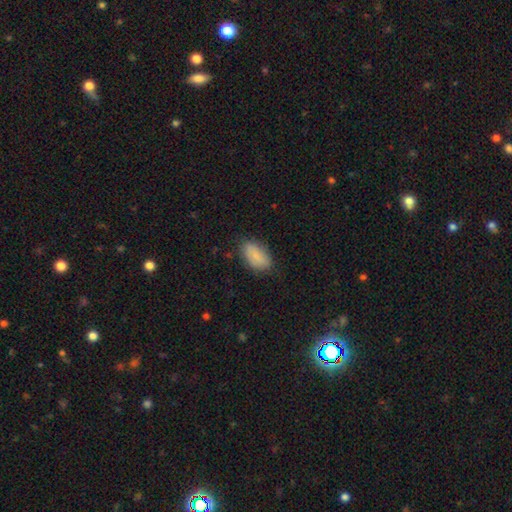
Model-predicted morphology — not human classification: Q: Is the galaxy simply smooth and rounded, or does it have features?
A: smooth — 85%.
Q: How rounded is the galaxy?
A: in between — 92%.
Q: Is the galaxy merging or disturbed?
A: none — 78%.